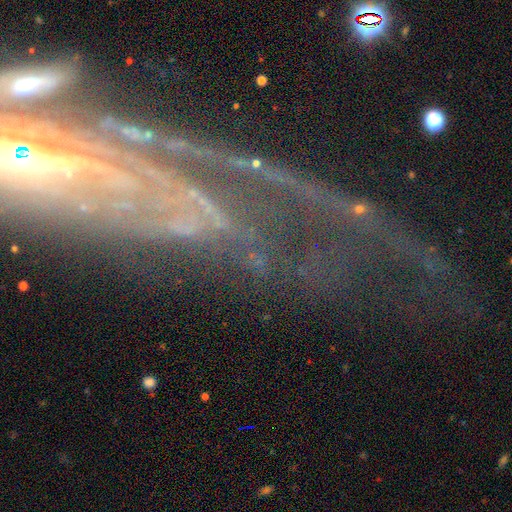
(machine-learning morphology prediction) Smooth or featured?
  - featured or disk: 69% *
  - star or artifact: 19%
  - smooth: 12%
Edge-on disk?
  - no: 75% *
  - yes: 25%
Bar?
  - no: 48% *
  - weak: 26%
  - strong: 26%
Spiral arms?
  - yes: 78% *
  - no: 22%
Bulge size?
  - small: 50% *
  - moderate: 31%
  - none: 9%
  - large: 7%
  - dominant: 4%
Merging?
  - none: 56% *
  - major disturbance: 21%
  - minor disturbance: 17%
  - merger: 7%